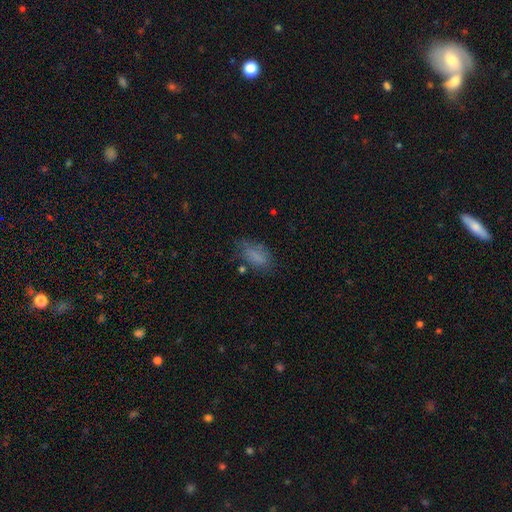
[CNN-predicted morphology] Smooth or featured?
  - smooth: 73% *
  - featured or disk: 15%
  - star or artifact: 12%
How rounded?
  - in between: 86% *
  - cigar-shaped: 9%
  - round: 5%
Merging?
  - none: 53% *
  - minor disturbance: 27%
  - major disturbance: 16%
  - merger: 4%